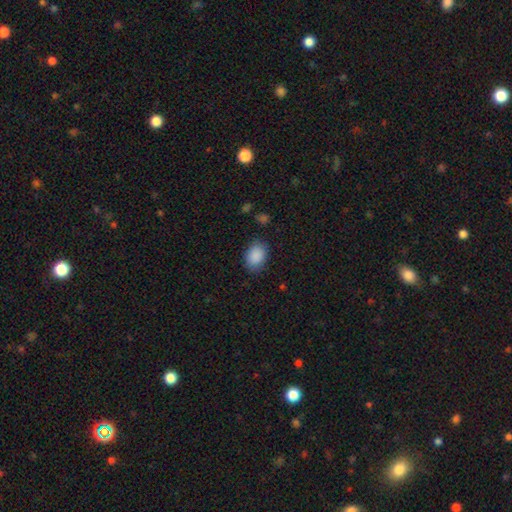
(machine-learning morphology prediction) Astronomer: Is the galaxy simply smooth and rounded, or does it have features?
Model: smooth — 89%.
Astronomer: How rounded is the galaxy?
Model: in between — 76%.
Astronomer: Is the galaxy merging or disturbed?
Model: none — 81%.